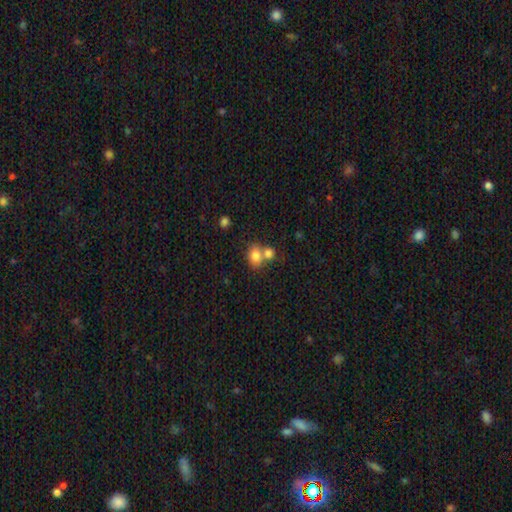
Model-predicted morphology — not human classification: type=smooth (79%); roundness=round (55%); merging=merger (47%).